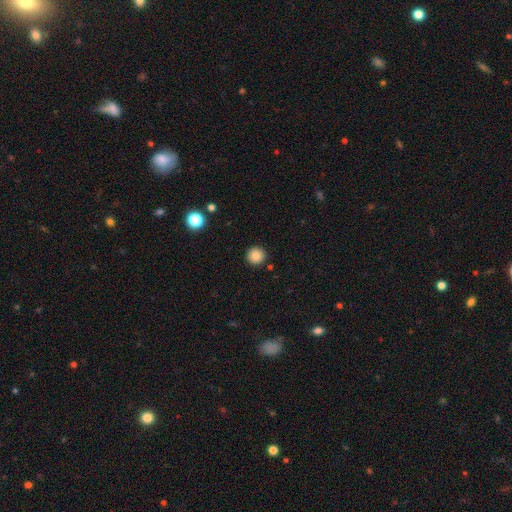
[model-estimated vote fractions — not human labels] smooth-or-featured: smooth: 85% | star or artifact: 10% | featured or disk: 5%
  how-rounded: round: 95% | in between: 4% | cigar-shaped: 1%
  merging: none: 92% | minor disturbance: 5% | major disturbance: 2% | merger: 2%